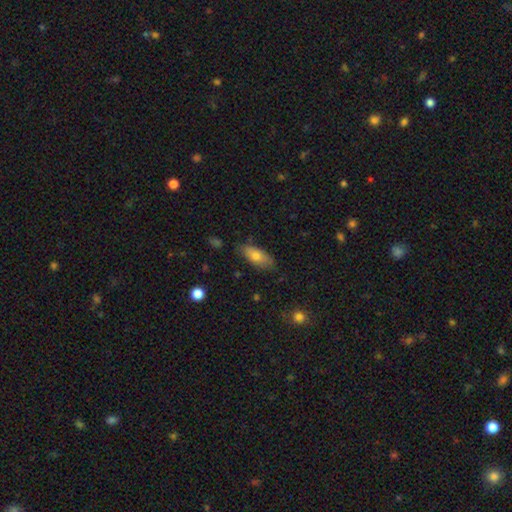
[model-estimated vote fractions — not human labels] smooth-or-featured: smooth: 73% | featured or disk: 20% | star or artifact: 7%
  how-rounded: in between: 84% | cigar-shaped: 13% | round: 3%
  merging: none: 75% | minor disturbance: 20% | major disturbance: 4% | merger: 2%